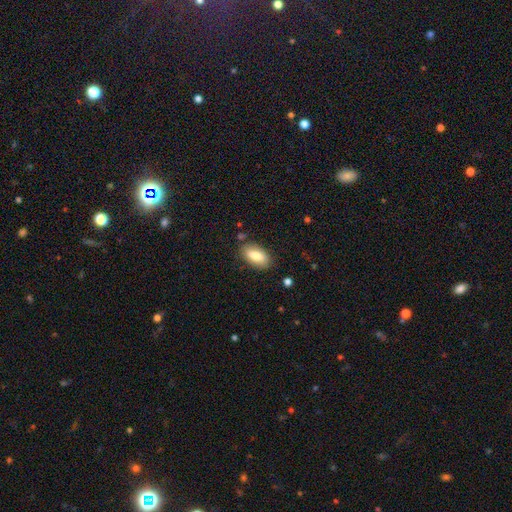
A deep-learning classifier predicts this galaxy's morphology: smooth-or-featured: smooth: 83% | featured or disk: 11% | star or artifact: 7%
  how-rounded: in between: 91% | cigar-shaped: 6% | round: 3%
  merging: none: 82% | minor disturbance: 13% | major disturbance: 3% | merger: 2%